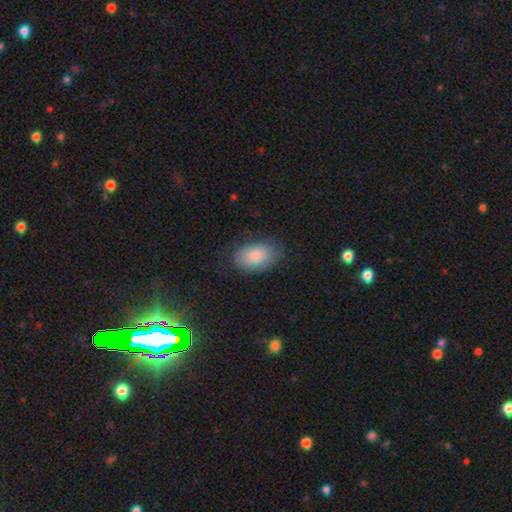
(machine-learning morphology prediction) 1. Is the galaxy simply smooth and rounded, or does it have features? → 80% smooth, 11% featured or disk, 9% star or artifact.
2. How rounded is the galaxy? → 91% in between, 8% round, 1% cigar-shaped.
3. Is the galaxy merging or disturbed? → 75% none, 18% minor disturbance, 5% major disturbance, 1% merger.